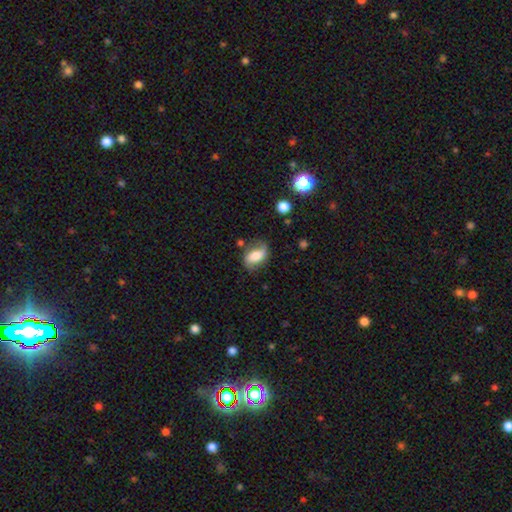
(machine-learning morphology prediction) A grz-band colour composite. It shows a smooth galaxy with no disk features (46%). Merging: none (64%).